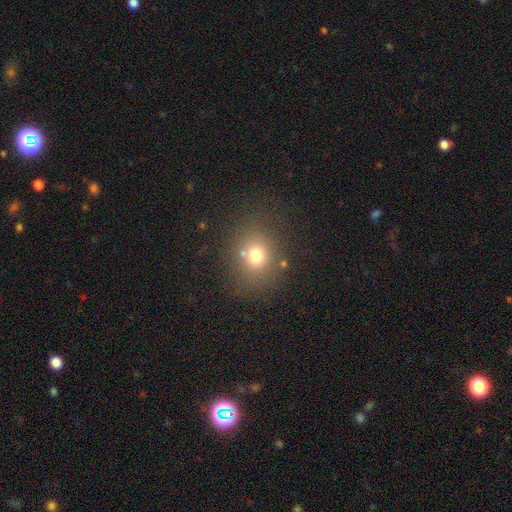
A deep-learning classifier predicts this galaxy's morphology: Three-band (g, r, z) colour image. It shows a smooth galaxy with no disk features (70%) that is round (68%). Merging: none (74%).